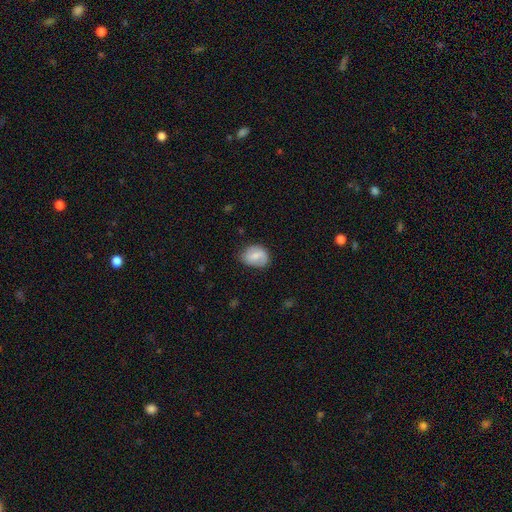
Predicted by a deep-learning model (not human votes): Smooth or featured: smooth — 60% (featured or disk — 33%)
How rounded: in between — 54% (round — 45%)
Merging: none — 62% (minor disturbance — 29%)